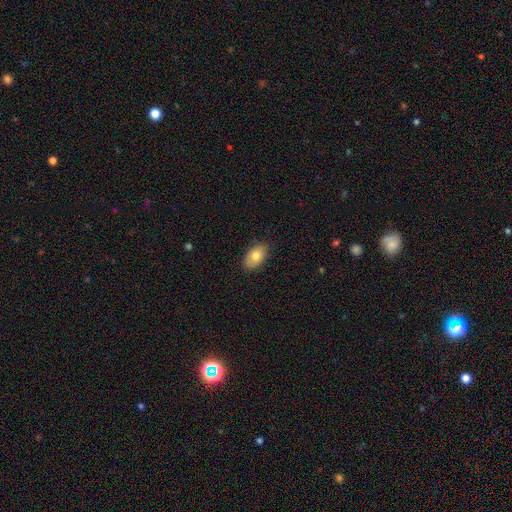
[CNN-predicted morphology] Overall: smooth (77%). How rounded: in between (92%). Merging: none (86%).